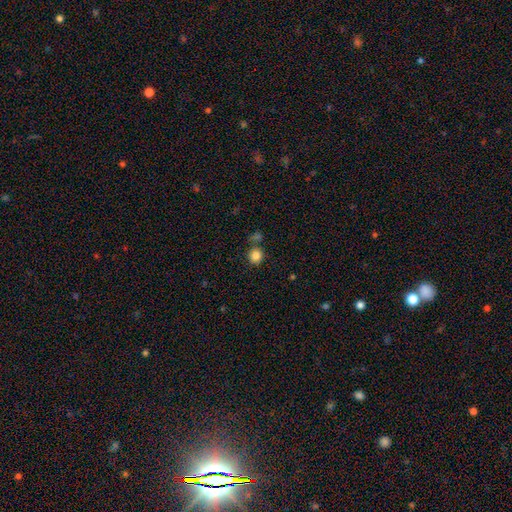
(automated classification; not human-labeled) smooth-or-featured: smooth: 84% | star or artifact: 11% | featured or disk: 5%
  how-rounded: round: 88% | in between: 11% | cigar-shaped: 1%
  merging: none: 75% | merger: 11% | minor disturbance: 10% | major disturbance: 3%